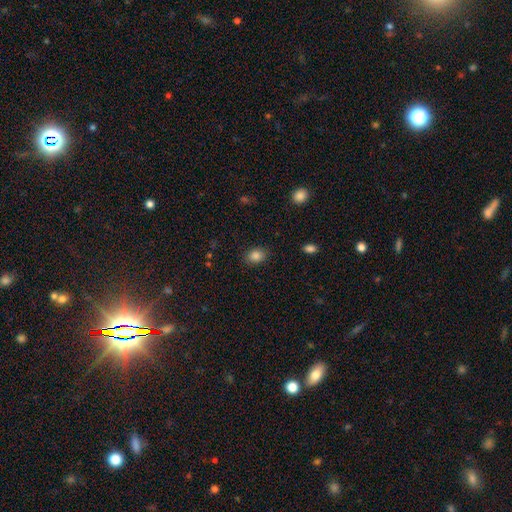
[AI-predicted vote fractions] A smooth galaxy with no disk features (85%) that is in between round and cigar-shaped (59%). Merging: none (87%).